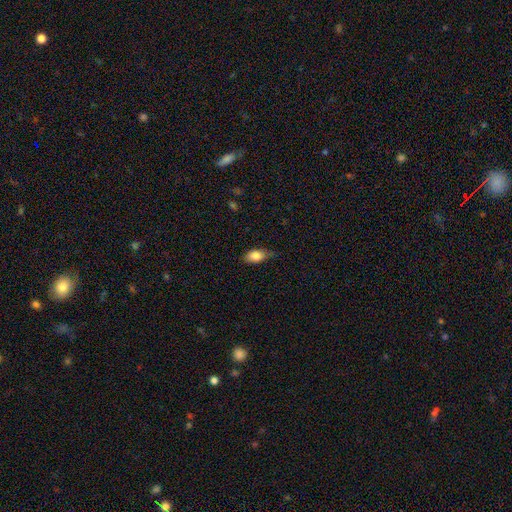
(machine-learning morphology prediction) A smooth galaxy with no disk features (84%) that is in between round and cigar-shaped (89%). Merging: none (61%).